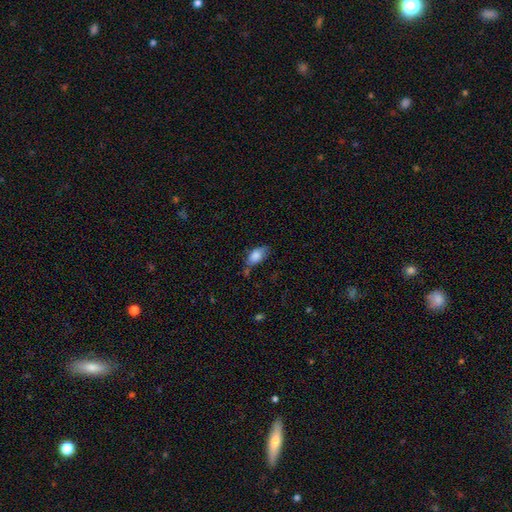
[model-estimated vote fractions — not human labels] Smooth or featured? Predicted: smooth (p=0.80). How rounded? Predicted: in between (p=0.90). Merging? Predicted: none (p=0.51).